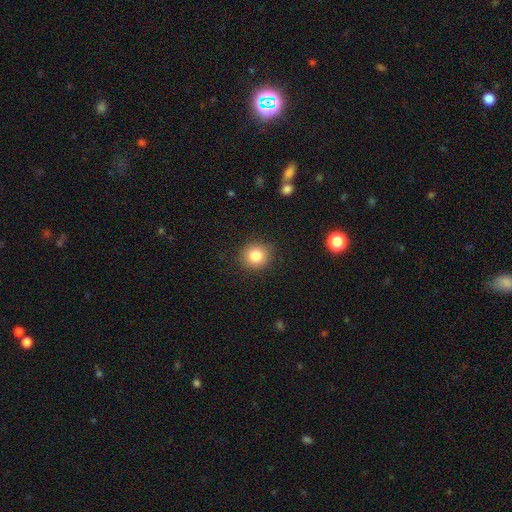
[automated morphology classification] Q: Smooth or featured?
A: smooth (83%); runner-up: star or artifact (10%)
Q: How rounded?
A: round (90%); runner-up: in between (9%)
Q: Merging?
A: none (89%); runner-up: minor disturbance (8%)